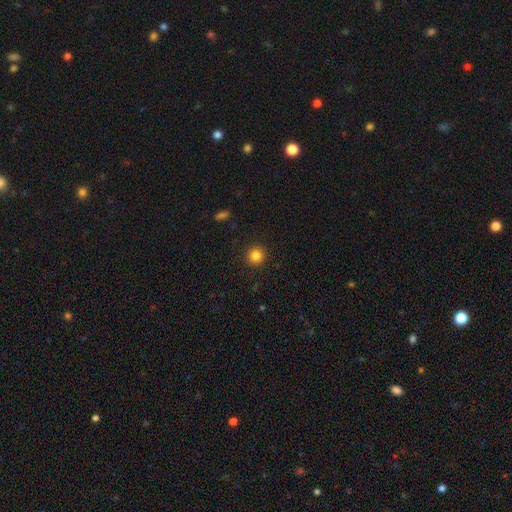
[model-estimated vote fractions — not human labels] smooth 84%, star or artifact 11%, featured or disk 5%. Down the decision tree: how rounded — round (94%); merging — none (92%).